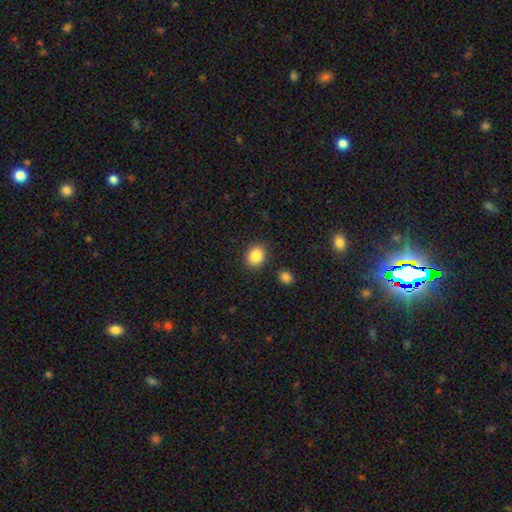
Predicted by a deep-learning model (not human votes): Smooth or featured? smooth (87%)
How rounded? round (50%)
Merging? none (86%)